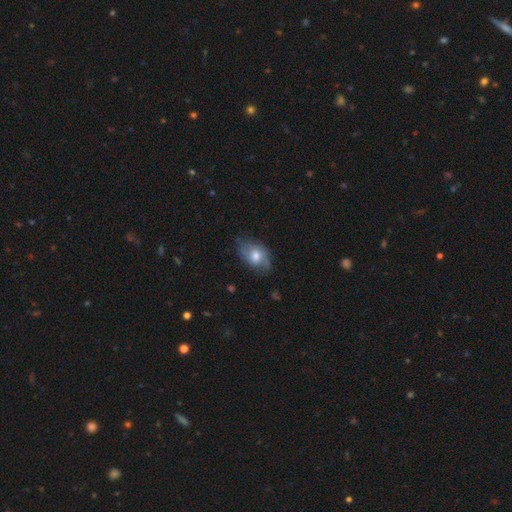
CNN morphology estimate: A smooth galaxy with no disk features (53%) that is in between round and cigar-shaped (83%). Merging: none (60%).